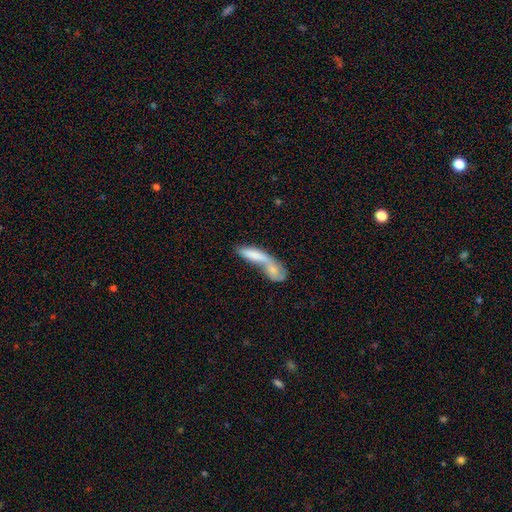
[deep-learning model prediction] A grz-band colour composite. It shows a smooth galaxy with no disk features (70%) that is cigar-shaped (53%). Merging: merger (72%).